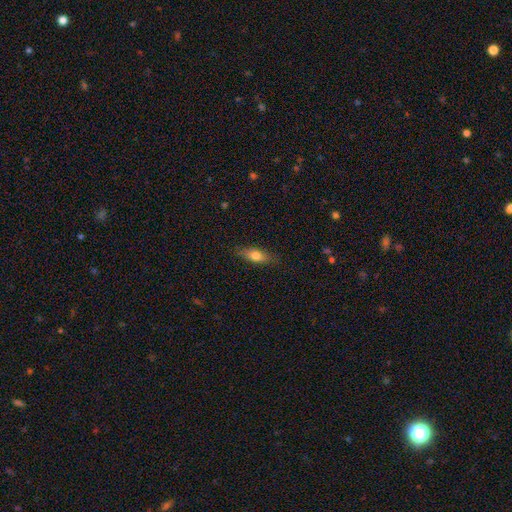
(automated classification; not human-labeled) smooth-or-featured: smooth: 72% | featured or disk: 20% | star or artifact: 7%
  how-rounded: in between: 69% | cigar-shaped: 27% | round: 4%
  merging: none: 83% | minor disturbance: 13% | major disturbance: 3% | merger: 1%